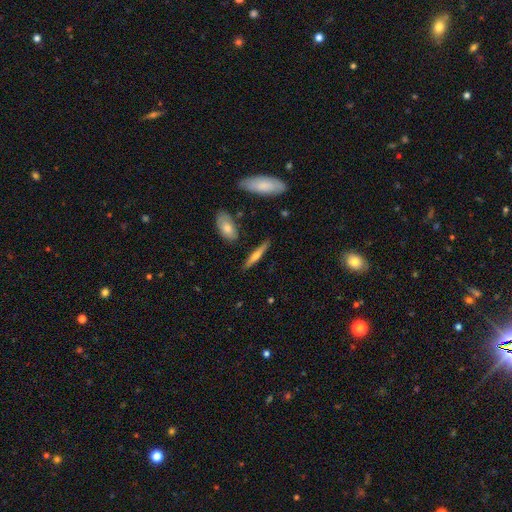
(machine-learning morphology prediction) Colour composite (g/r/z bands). It shows a smooth galaxy with no disk features (52%) that is cigar-shaped (85%). Merging: none (84%).